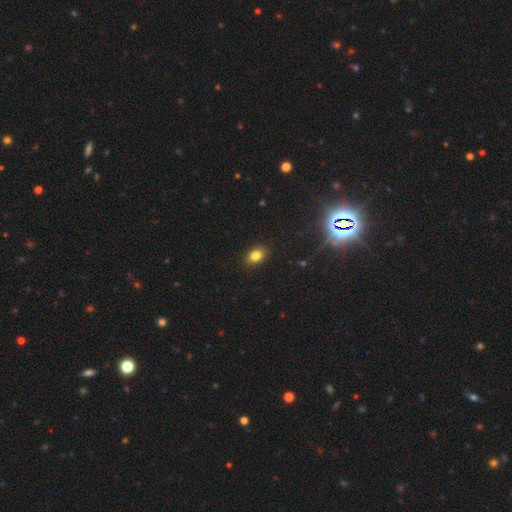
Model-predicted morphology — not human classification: smooth_or_featured: smooth (p=0.82) [alt: star or artifact p=0.12]
how_rounded: in between (p=0.78) [alt: round p=0.20]
merging: none (p=0.89) [alt: minor disturbance p=0.08]